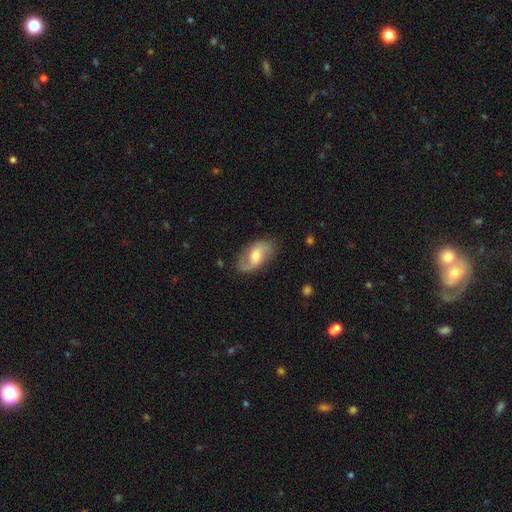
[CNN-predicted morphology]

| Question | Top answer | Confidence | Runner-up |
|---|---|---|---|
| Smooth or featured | featured or disk | 73% | smooth (21%) |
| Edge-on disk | no | 96% | yes (4%) |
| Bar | weak | 44% | no (43%) |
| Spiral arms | yes | 92% | no (8%) |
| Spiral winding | loose | 56% | medium (34%) |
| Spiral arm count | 2 | 89% | can't tell (4%) |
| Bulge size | moderate | 65% | small (24%) |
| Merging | none | 80% | minor disturbance (14%) |